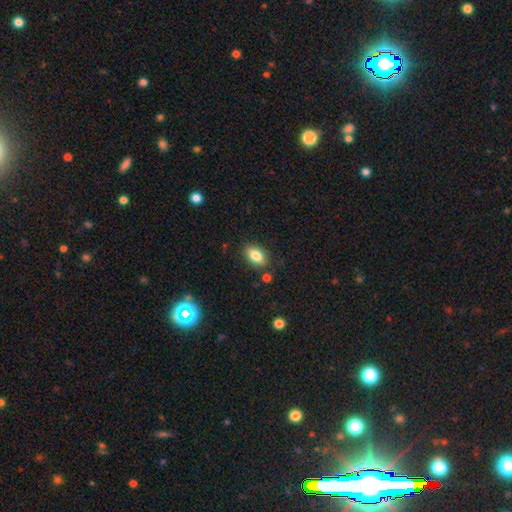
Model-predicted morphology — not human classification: Overall: smooth (82%). How rounded: in between (87%). Merging: none (84%).